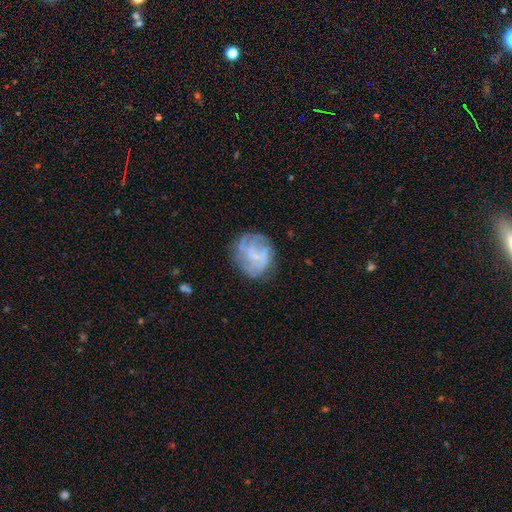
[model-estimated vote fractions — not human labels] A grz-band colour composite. It shows a featured or disk galaxy (58%) with no bar (62%), spiral arms (65%) and no central bulge (49%). Merging: none (63%).